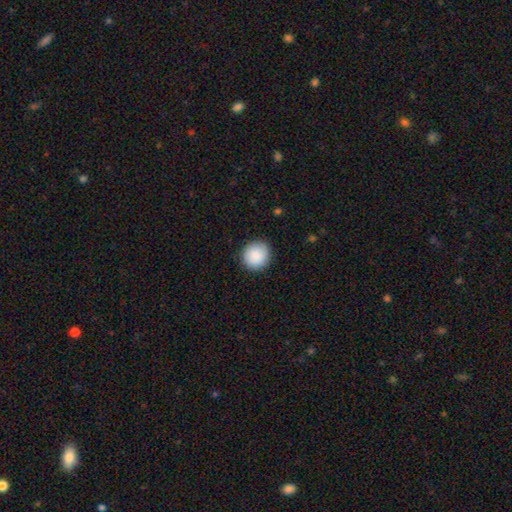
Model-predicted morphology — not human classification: The model was most divided on "smooth or featured": smooth: 90%, star or artifact: 7%, featured or disk: 3%. More confident: how rounded — round (92%); merging — none (91%).